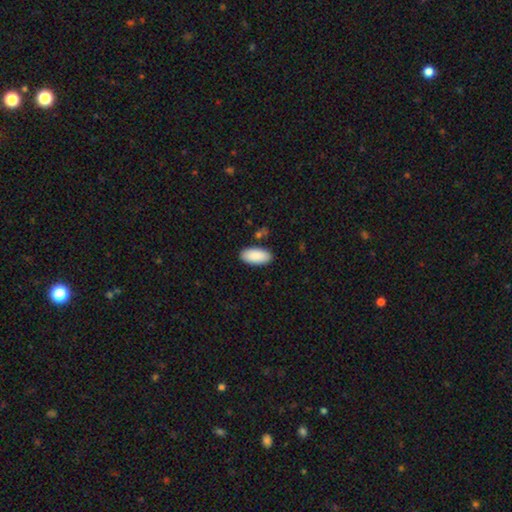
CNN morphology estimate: smooth-or-featured: smooth: 90% | star or artifact: 6% | featured or disk: 4%
  how-rounded: in between: 94% | cigar-shaped: 5% | round: 2%
  merging: none: 87% | minor disturbance: 9% | merger: 2% | major disturbance: 2%